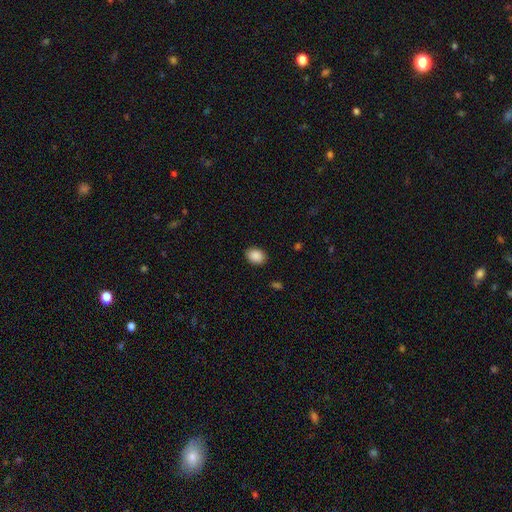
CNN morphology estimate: A smooth galaxy with no disk features (89%) that is in between round and cigar-shaped (59%). Merging: none (88%).